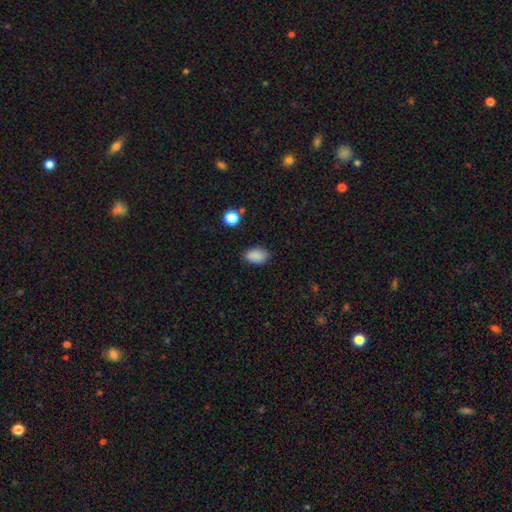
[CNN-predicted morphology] This appears to be a smooth galaxy with no disk features (87%) that is in between round and cigar-shaped (87%). Merging: none (83%).